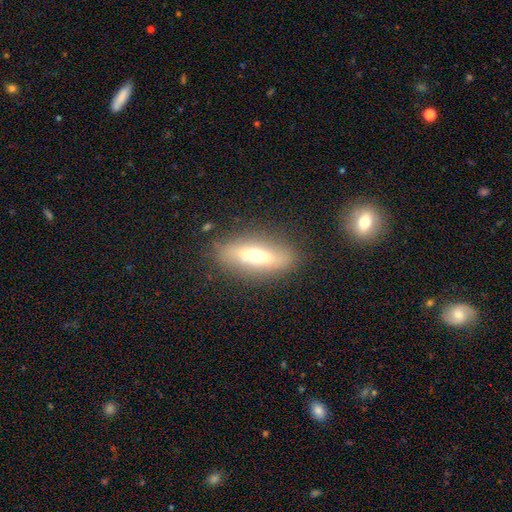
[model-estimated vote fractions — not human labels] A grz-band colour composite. It shows a smooth galaxy with no disk features (50%) that is in between round and cigar-shaped (49%). Merging: none (82%).